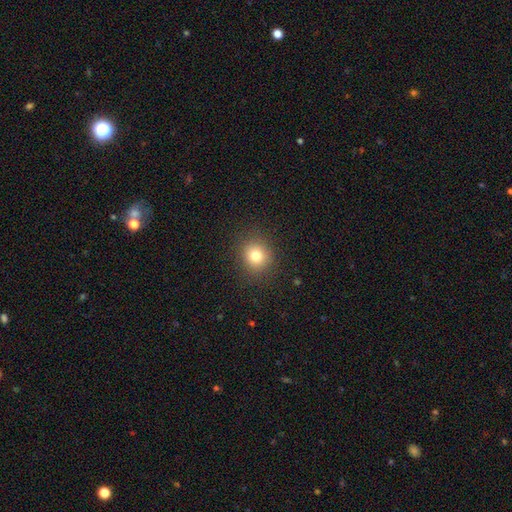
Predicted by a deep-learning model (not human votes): smooth 79%, star or artifact 13%, featured or disk 8%. Down the decision tree: how rounded — round (85%); merging — none (88%).